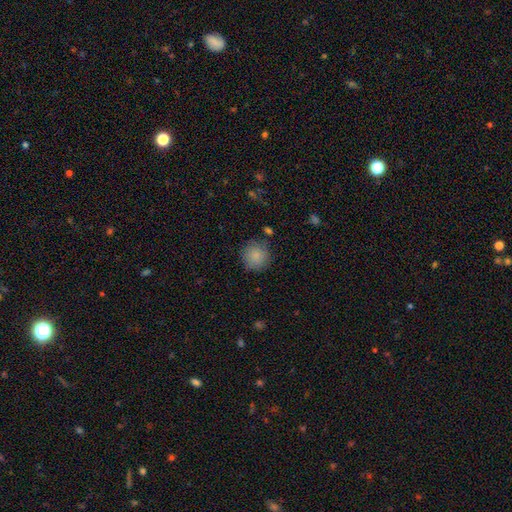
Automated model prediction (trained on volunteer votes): smooth_or_featured: smooth (p=0.87) [alt: star or artifact p=0.08]
how_rounded: round (p=0.93) [alt: in between p=0.06]
merging: none (p=0.83) [alt: minor disturbance p=0.11]